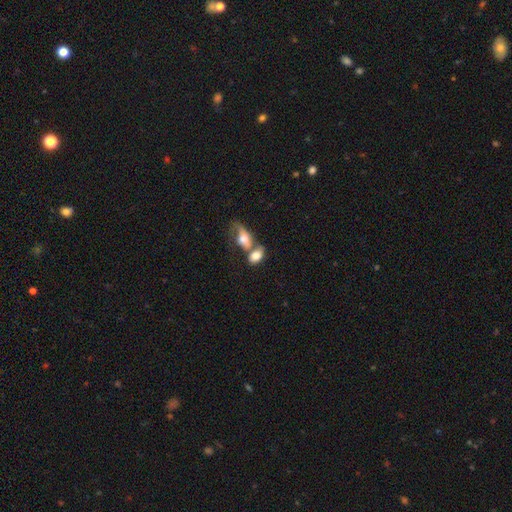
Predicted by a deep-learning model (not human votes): Smooth or featured?
  - smooth: 72% *
  - featured or disk: 20%
  - star or artifact: 8%
How rounded?
  - in between: 83% *
  - round: 14%
  - cigar-shaped: 3%
Merging?
  - merger: 65% *
  - none: 19%
  - minor disturbance: 8%
  - major disturbance: 8%